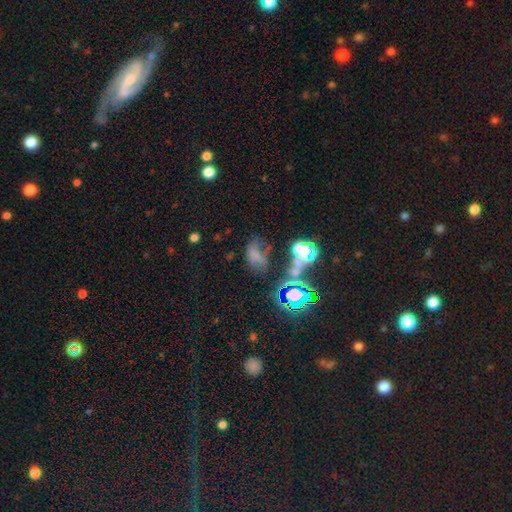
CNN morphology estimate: This is possibly a smooth galaxy (48%). Merging: marginally none (35%).